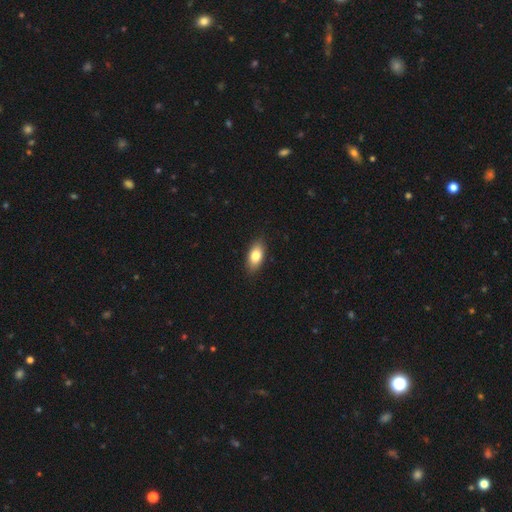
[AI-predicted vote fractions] A smooth galaxy with no disk features (81%) that is in between round and cigar-shaped (90%).

Vote fractions:
- Smooth or featured? smooth: 81% / featured or disk: 12% / star or artifact: 7%
- How rounded? in between: 90% / cigar-shaped: 5% / round: 5%
- Merging? none: 88% / minor disturbance: 9% / major disturbance: 2% / merger: 1%